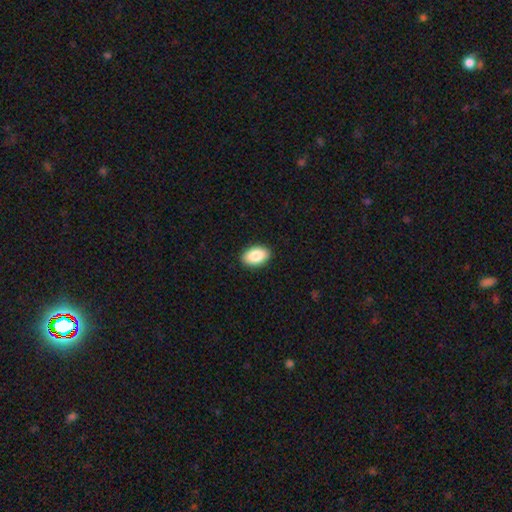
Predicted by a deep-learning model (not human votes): Morphology: type=smooth (86%); roundness=in between (91%); merging=none (91%).